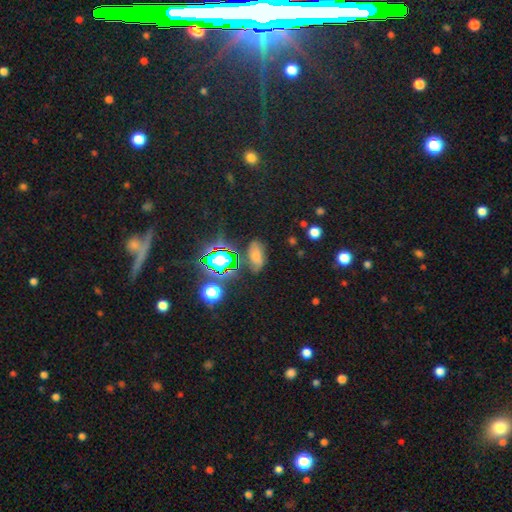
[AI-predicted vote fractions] Smooth or featured?
  - smooth: 54% *
  - star or artifact: 30%
  - featured or disk: 16%
How rounded?
  - in between: 86% *
  - round: 8%
  - cigar-shaped: 5%
Merging?
  - none: 68% *
  - minor disturbance: 20%
  - major disturbance: 8%
  - merger: 4%